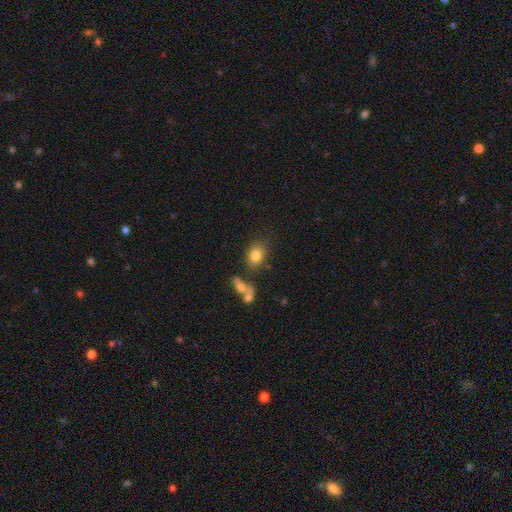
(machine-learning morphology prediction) Smooth or featured: smooth — 80% (featured or disk — 10%)
How rounded: in between — 72% (round — 27%)
Merging: none — 68% (minor disturbance — 15%)